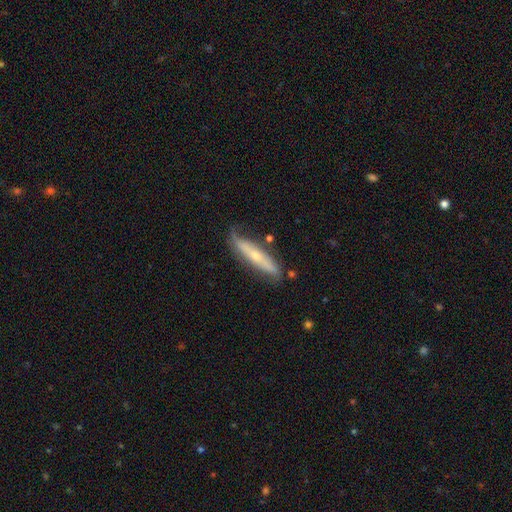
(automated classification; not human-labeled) Morphology: type=featured or disk (56%); edge-on=yes (68%); merging=none (66%).